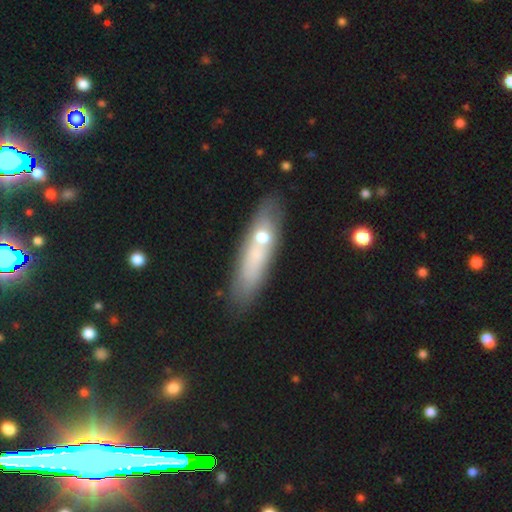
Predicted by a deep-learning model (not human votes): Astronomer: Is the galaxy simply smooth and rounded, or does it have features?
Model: smooth — 56% (runner-up: featured or disk, 35%).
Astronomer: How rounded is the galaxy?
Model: cigar-shaped — 57% (runner-up: in between, 40%).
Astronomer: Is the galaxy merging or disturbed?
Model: none — 66%.